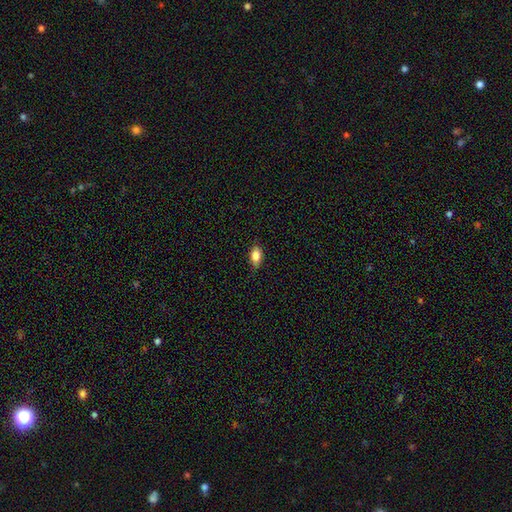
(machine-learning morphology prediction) smooth 84%, star or artifact 8%, featured or disk 8%. Down the decision tree: how rounded — in between (86%); merging — none (79%).